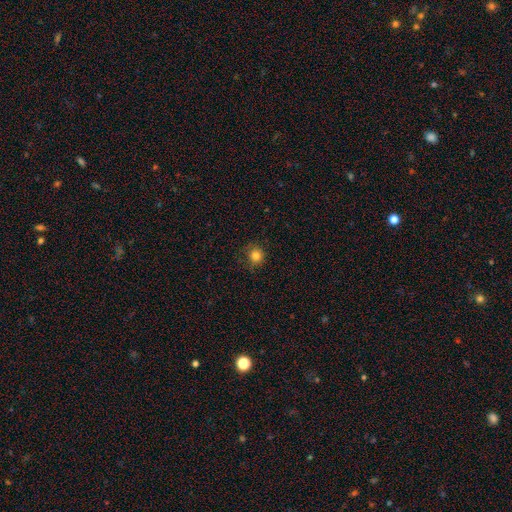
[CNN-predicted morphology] smooth 82%, star or artifact 13%, featured or disk 5%. Down the decision tree: how rounded — round (91%); merging — none (82%).